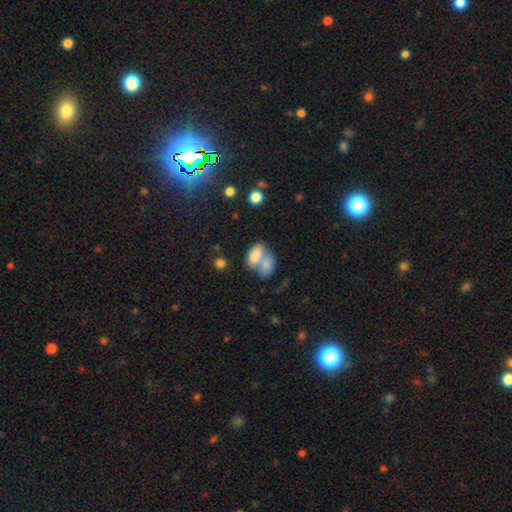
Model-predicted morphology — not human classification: smooth 80%, featured or disk 12%, star or artifact 8%. Down the decision tree: how rounded — in between (89%); merging — merger (65%).